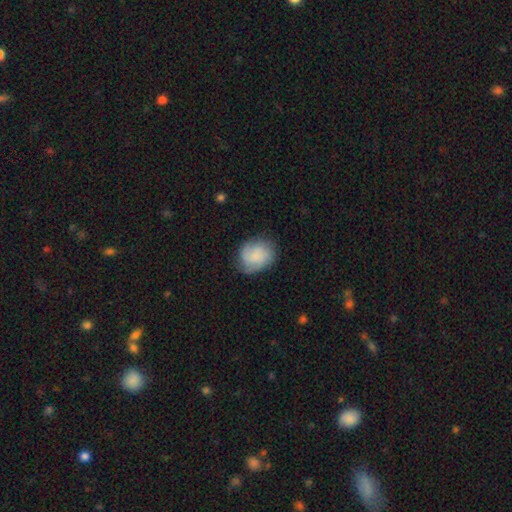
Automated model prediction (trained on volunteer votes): Smooth or featured: smooth — 58% (featured or disk — 34%)
How rounded: round — 61% (in between — 38%)
Merging: none — 68% (minor disturbance — 23%)